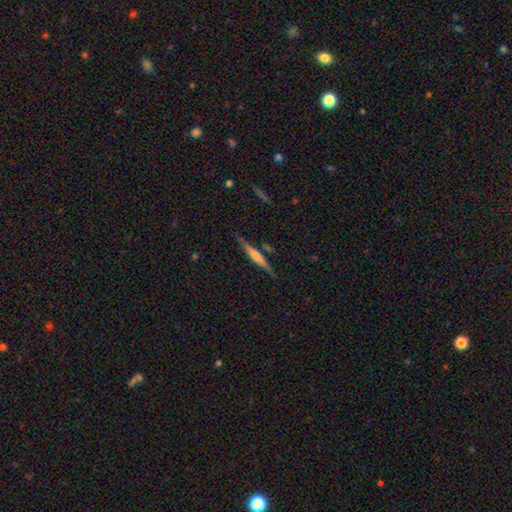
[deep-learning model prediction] featured or disk 59%, smooth 35%, star or artifact 6%. Down the decision tree: edge-on disk — yes (97%); edge-on bulge — rounded (50%); merging — none (84%).